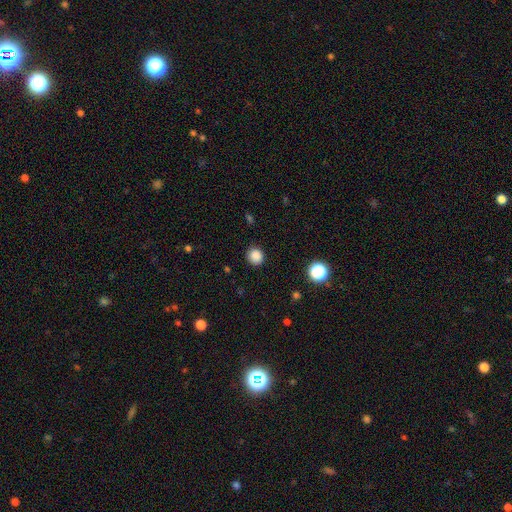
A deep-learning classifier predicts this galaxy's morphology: Q: Smooth or featured?
A: smooth (86%); runner-up: star or artifact (11%)
Q: How rounded?
A: round (88%); runner-up: in between (11%)
Q: Merging?
A: none (90%); runner-up: minor disturbance (7%)